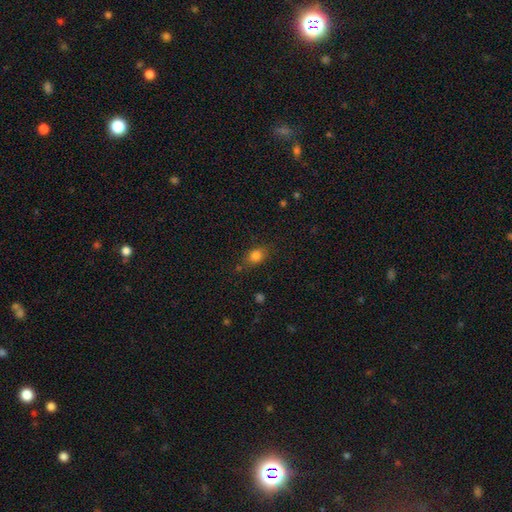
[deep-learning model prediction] smooth-or-featured: smooth: 82% | star or artifact: 12% | featured or disk: 6%
  how-rounded: in between: 65% | round: 33% | cigar-shaped: 2%
  merging: none: 76% | minor disturbance: 15% | major disturbance: 4% | merger: 4%